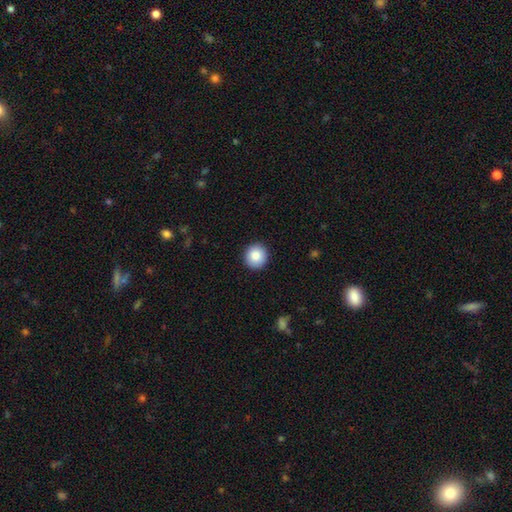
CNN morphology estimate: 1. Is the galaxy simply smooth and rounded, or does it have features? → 86% smooth, 8% star or artifact, 6% featured or disk.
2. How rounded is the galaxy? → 93% round, 6% in between, 1% cigar-shaped.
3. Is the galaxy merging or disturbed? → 92% none, 5% minor disturbance, 2% major disturbance, 1% merger.